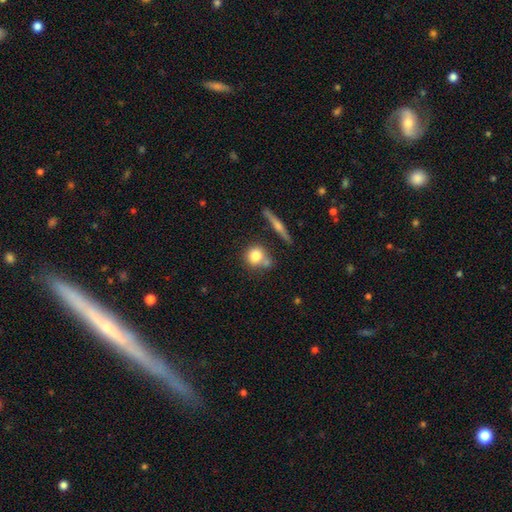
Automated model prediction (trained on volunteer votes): This appears to be a smooth galaxy with no disk features (77%) that is round (80%). Merging: none (61%).